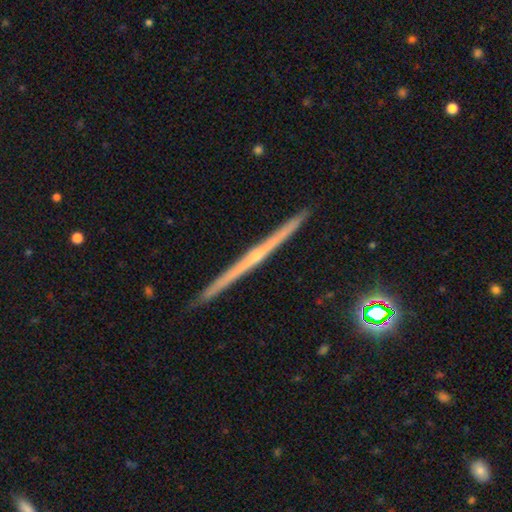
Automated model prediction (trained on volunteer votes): Morphology: type=featured or disk (80%); edge-on=yes (98%); edge-on bulge=rounded (51%); merging=none (93%).